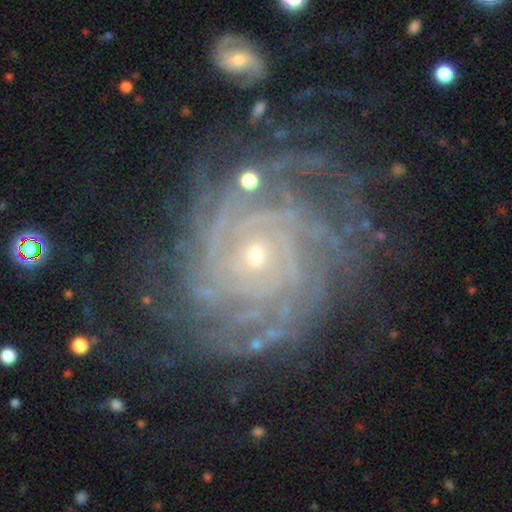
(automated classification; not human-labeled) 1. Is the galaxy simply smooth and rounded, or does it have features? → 90% featured or disk, 6% star or artifact, 4% smooth.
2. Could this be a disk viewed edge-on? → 97% no, 3% yes.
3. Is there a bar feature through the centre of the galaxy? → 75% no, 18% weak, 7% strong.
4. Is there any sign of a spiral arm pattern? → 98% yes, 2% no.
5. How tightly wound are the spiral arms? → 84% tight, 13% medium, 3% loose.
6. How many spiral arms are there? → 24% can't tell (tied), 24% more than 4 (tied), 20% 4, 13% 3, 11% 2, 8% 1.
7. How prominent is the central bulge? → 75% small, 22% moderate, 1% large, 1% none, 1% dominant.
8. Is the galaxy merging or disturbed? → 71% none, 17% minor disturbance, 9% major disturbance, 3% merger.